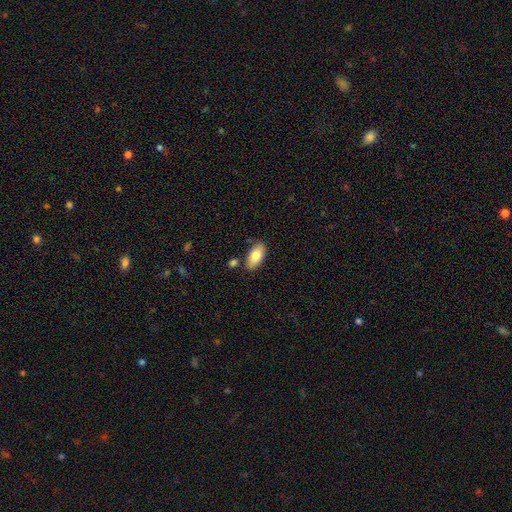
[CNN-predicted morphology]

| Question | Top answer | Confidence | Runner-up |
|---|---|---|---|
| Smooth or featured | smooth | 79% | featured or disk (14%) |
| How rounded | in between | 91% | cigar-shaped (6%) |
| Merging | none | 81% | minor disturbance (11%) |